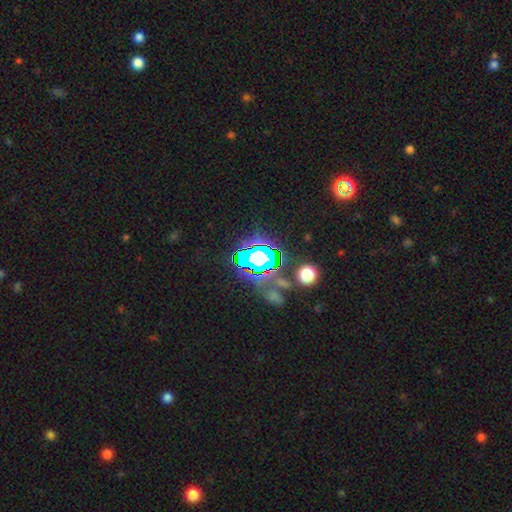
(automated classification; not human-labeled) Morphology: type=star or artifact (73%).